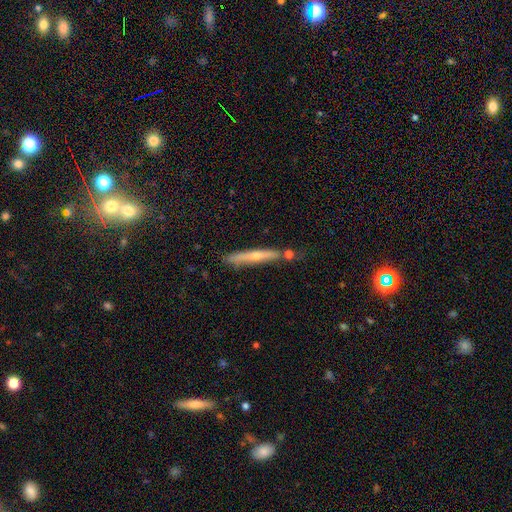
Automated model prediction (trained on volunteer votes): Smooth or featured? Predicted: featured or disk (p=0.56). Edge-on disk? Predicted: yes (p=0.94). Edge-on bulge? Predicted: rounded (p=0.73). Merging? Predicted: none (p=0.78).